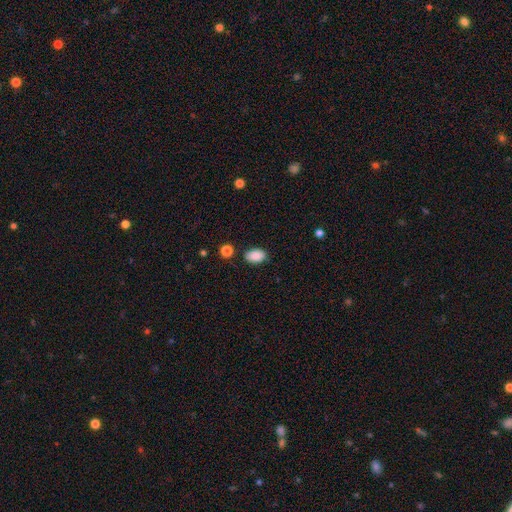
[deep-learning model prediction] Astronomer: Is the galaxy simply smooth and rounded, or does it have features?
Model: smooth — 88%.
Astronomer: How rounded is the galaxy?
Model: in between — 89%.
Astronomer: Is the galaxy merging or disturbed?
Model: none — 83%.